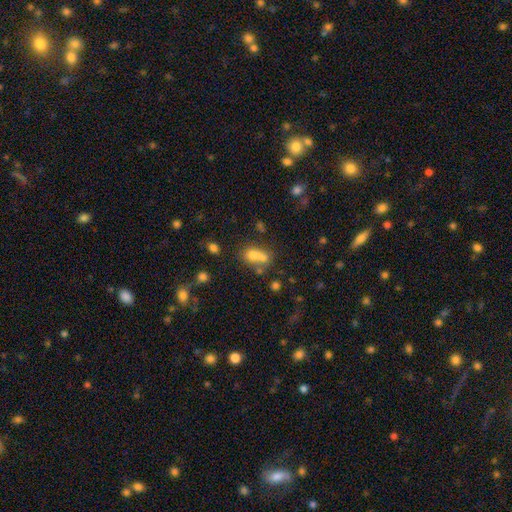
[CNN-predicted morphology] The model was most divided on "merging": merger: 48%, none: 31%, minor disturbance: 12%, major disturbance: 9%. More confident: smooth or featured — smooth (68%); how rounded — in between (62%).